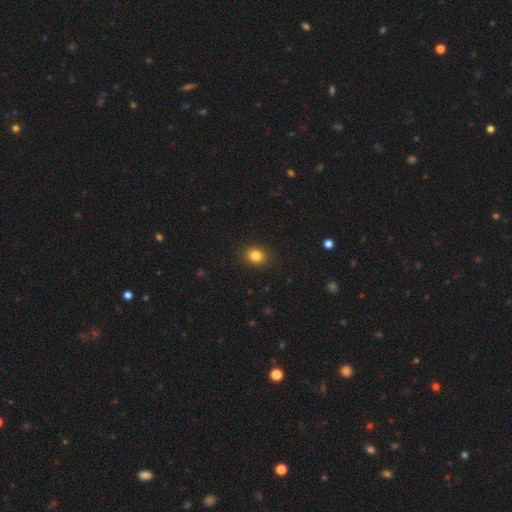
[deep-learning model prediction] Q: Smooth or featured?
A: smooth (84%); runner-up: star or artifact (11%)
Q: How rounded?
A: round (56%); runner-up: in between (43%)
Q: Merging?
A: none (90%); runner-up: minor disturbance (7%)